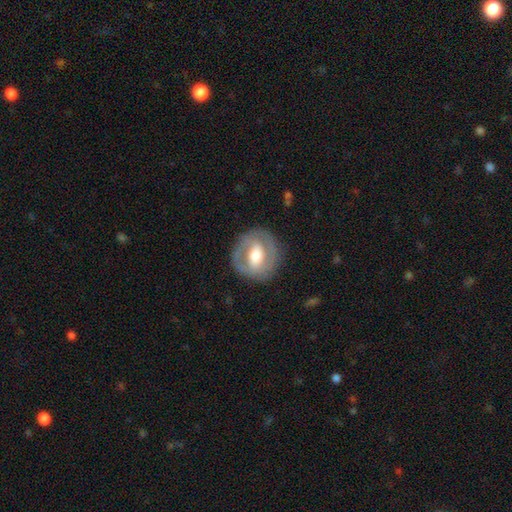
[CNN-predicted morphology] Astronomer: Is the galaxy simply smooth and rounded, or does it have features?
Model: featured or disk — 66%.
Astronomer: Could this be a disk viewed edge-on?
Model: no — 95%.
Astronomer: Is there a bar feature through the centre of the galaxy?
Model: weak — 38% (runner-up: strong, 36%).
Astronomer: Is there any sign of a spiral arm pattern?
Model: yes — 51% (runner-up: no, 49%).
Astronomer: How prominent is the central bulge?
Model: moderate — 66%.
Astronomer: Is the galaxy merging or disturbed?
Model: none — 82%.